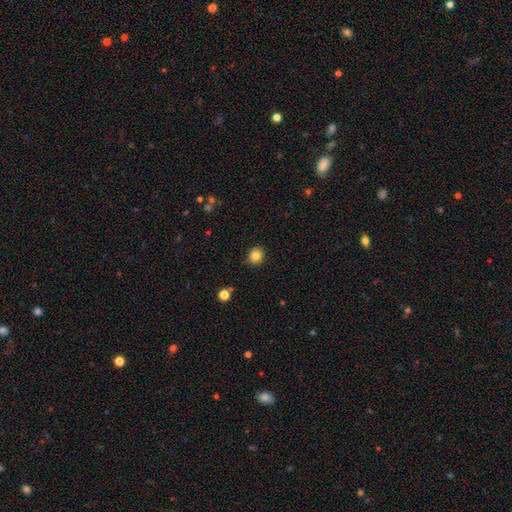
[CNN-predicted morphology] Smooth or featured? smooth (82%)
How rounded? round (85%)
Merging? none (89%)